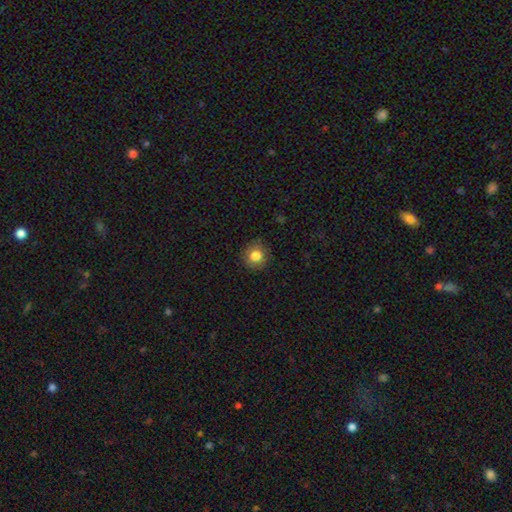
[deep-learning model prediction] Smooth or featured? smooth (82%)
How rounded? round (91%)
Merging? none (89%)